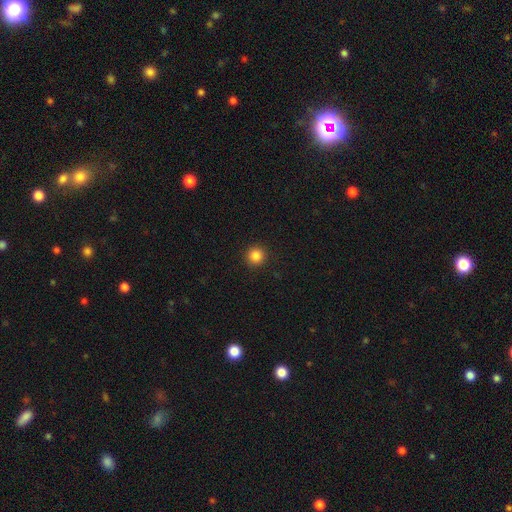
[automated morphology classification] The model was most divided on "smooth or featured": smooth: 85%, star or artifact: 11%, featured or disk: 4%. More confident: how rounded — round (95%); merging — none (93%).